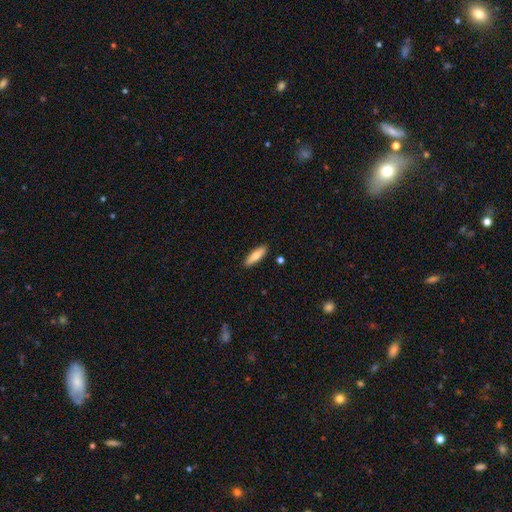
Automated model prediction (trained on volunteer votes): Overall: smooth (77%). How rounded: cigar-shaped (56%; in between 42%). Merging: none (88%).